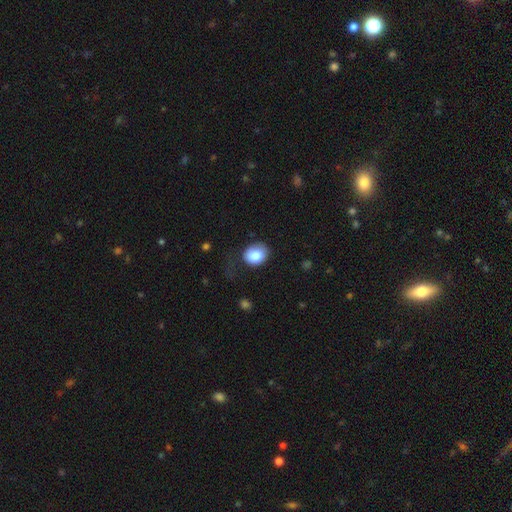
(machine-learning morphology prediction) A smooth galaxy with no disk features (83%) that is round (54%).

Vote fractions:
- Smooth or featured? smooth: 83% / featured or disk: 9% / star or artifact: 8%
- How rounded? round: 54% / in between: 45% / cigar-shaped: 1%
- Merging? none: 55% / minor disturbance: 27% / major disturbance: 16% / merger: 2%